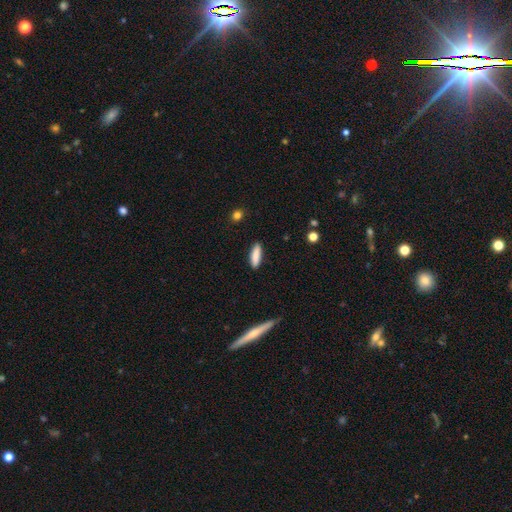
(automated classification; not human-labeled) smooth-or-featured: smooth: 86% | featured or disk: 7% | star or artifact: 6%
  how-rounded: cigar-shaped: 64% | in between: 34% | round: 2%
  merging: none: 88% | minor disturbance: 9% | major disturbance: 2% | merger: 1%